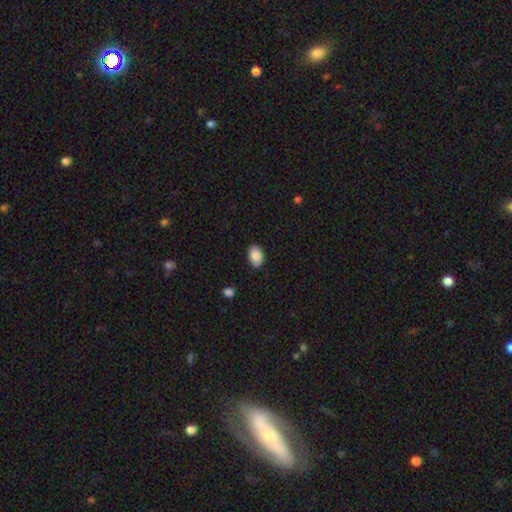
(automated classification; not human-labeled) smooth-or-featured: smooth: 89% | star or artifact: 7% | featured or disk: 4%
  how-rounded: in between: 87% | round: 12% | cigar-shaped: 1%
  merging: none: 86% | minor disturbance: 11% | major disturbance: 2% | merger: 1%